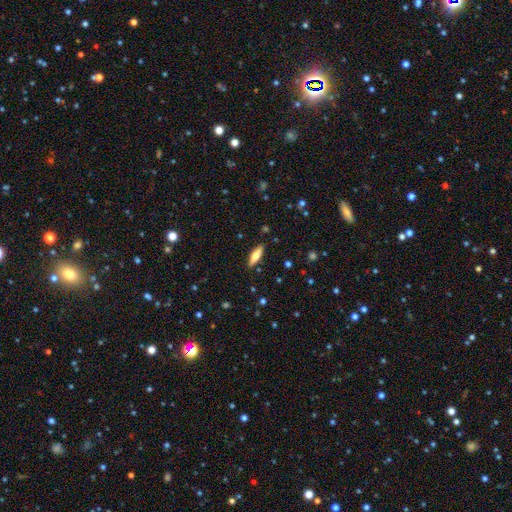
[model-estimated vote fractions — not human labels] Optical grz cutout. It shows a smooth galaxy with no disk features (66%) that is cigar-shaped (53%). Merging: none (88%).